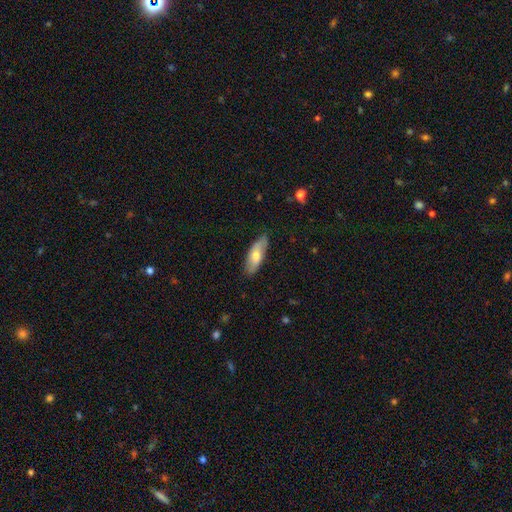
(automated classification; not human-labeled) This is likely a smooth galaxy (66%). How rounded: likely in between (71%). Merging: clearly none (81%).